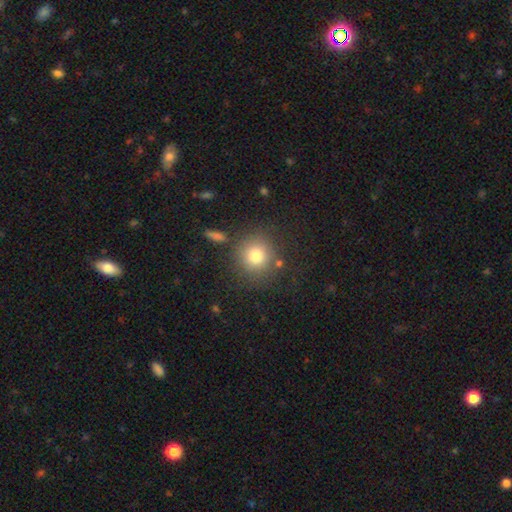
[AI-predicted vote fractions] A smooth galaxy with no disk features (79%) that is round (91%).

Vote fractions:
- Smooth or featured? smooth: 79% / star or artifact: 12% / featured or disk: 9%
- How rounded? round: 91% / in between: 8% / cigar-shaped: 1%
- Merging? none: 79% / minor disturbance: 10% / merger: 6% / major disturbance: 5%